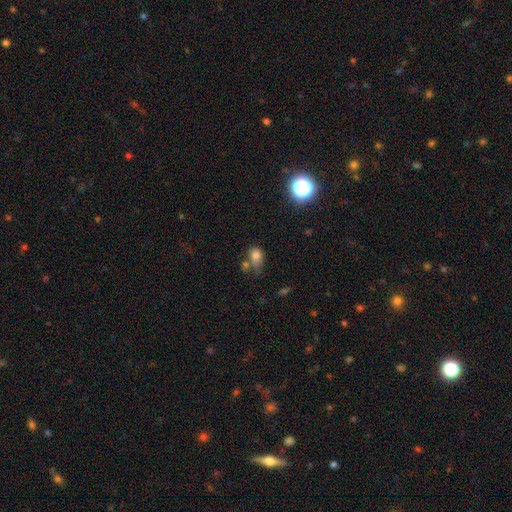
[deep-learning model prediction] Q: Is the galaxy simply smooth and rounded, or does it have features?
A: smooth — 75%.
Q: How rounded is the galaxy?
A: in between — 74%.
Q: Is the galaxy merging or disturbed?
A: none — 39%.